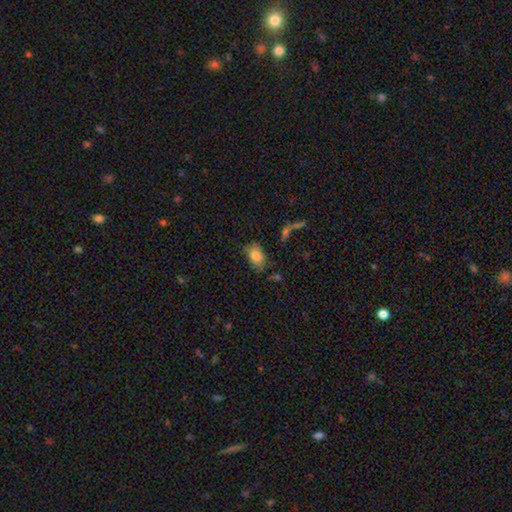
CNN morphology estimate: smooth 81%, featured or disk 11%, star or artifact 8%. Down the decision tree: how rounded — in between (84%); merging — none (58%).